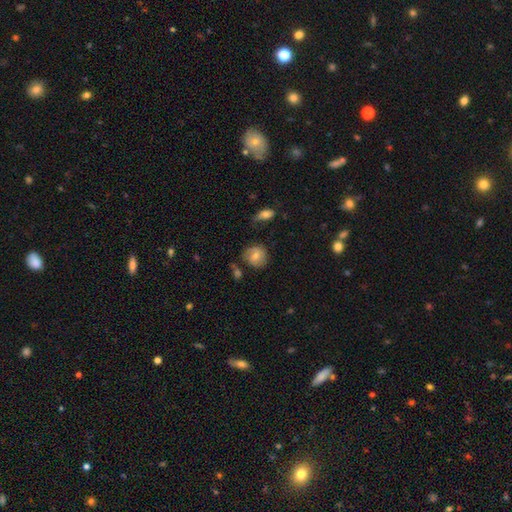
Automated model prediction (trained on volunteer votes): Morphology: type=smooth (52%); roundness=round (76%); merging=none (64%).